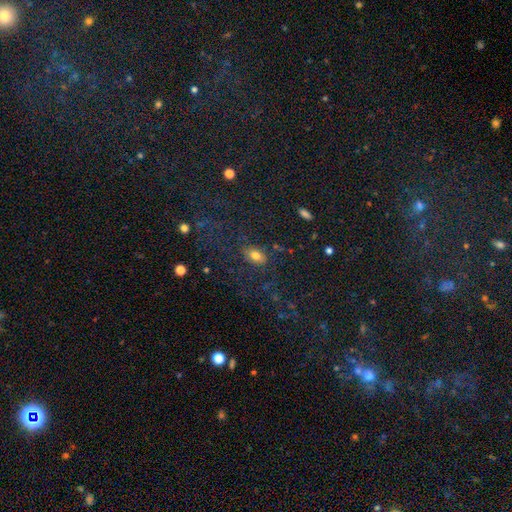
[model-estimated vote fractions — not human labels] Morphology: type=smooth (76%); roundness=in between (82%); merging=none (79%).